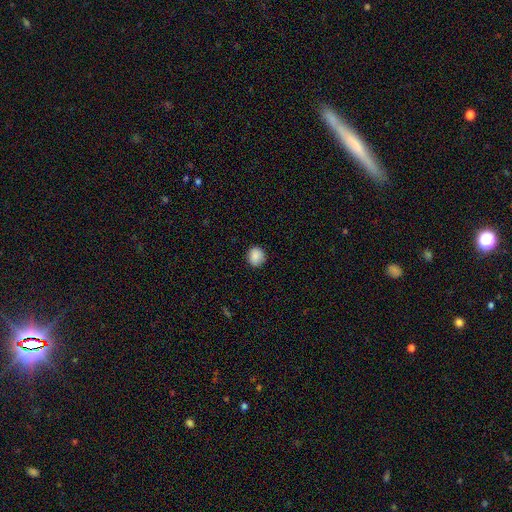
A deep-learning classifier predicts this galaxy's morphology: Smooth or featured? smooth (88%)
How rounded? round (85%)
Merging? none (88%)